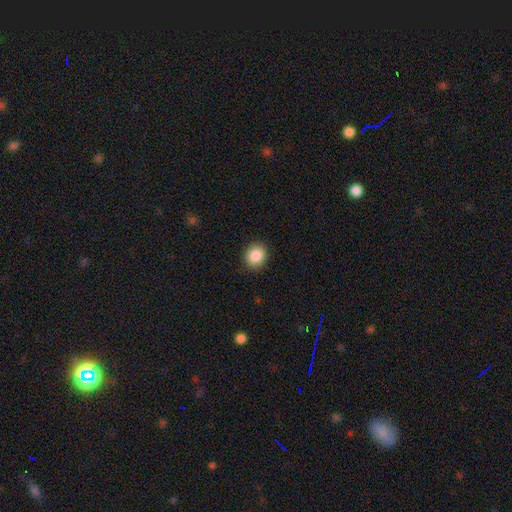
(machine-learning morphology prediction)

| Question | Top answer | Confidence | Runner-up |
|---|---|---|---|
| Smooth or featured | smooth | 87% | star or artifact (8%) |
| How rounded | round | 70% | in between (29%) |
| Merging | none | 89% | minor disturbance (7%) |